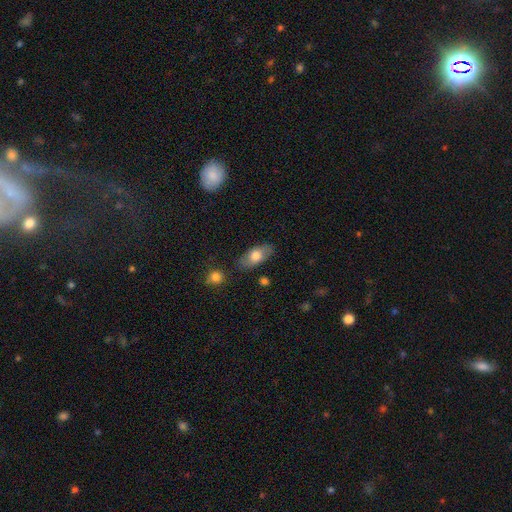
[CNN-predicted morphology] Smooth or featured? Predicted: smooth (p=0.72). How rounded? Predicted: in between (p=0.88). Merging? Predicted: none (p=0.79).